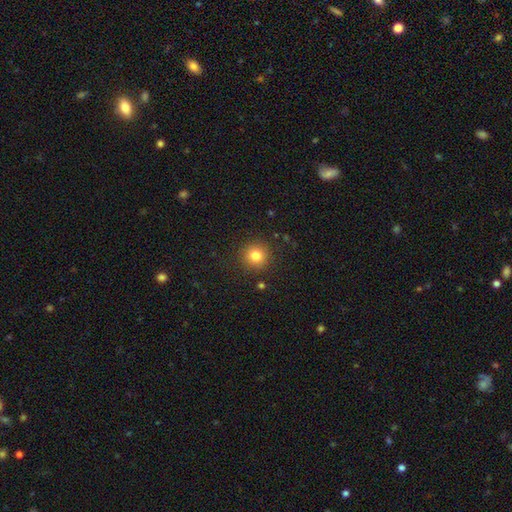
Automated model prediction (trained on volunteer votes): smooth-or-featured: smooth: 81% | star or artifact: 12% | featured or disk: 6%
  how-rounded: round: 94% | in between: 5% | cigar-shaped: 1%
  merging: none: 90% | minor disturbance: 6% | major disturbance: 2% | merger: 1%